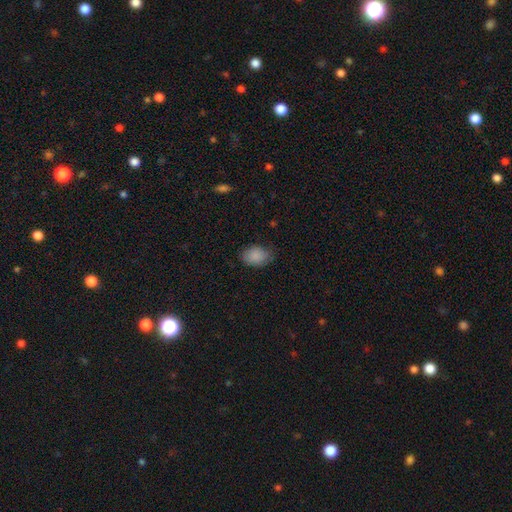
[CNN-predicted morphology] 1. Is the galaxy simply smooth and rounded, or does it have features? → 88% smooth, 7% star or artifact, 5% featured or disk.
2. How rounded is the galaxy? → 77% in between, 22% round, 1% cigar-shaped.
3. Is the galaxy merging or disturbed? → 76% none, 19% minor disturbance, 4% major disturbance, 1% merger.